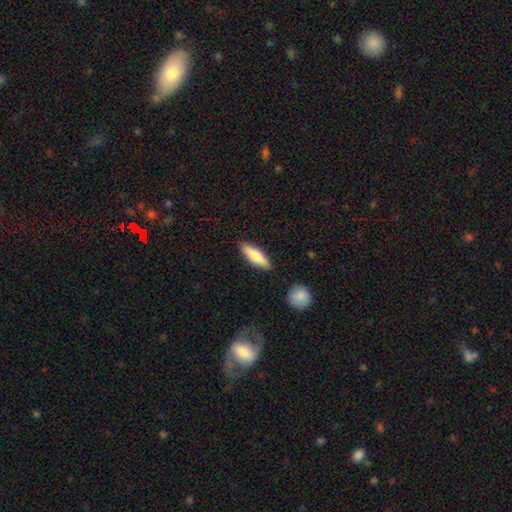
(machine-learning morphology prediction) A smooth galaxy with no disk features (65%) that is cigar-shaped (52%).

Vote fractions:
- Smooth or featured? smooth: 65% / featured or disk: 29% / star or artifact: 6%
- How rounded? cigar-shaped: 52% / in between: 46% / round: 2%
- Merging? none: 85% / minor disturbance: 10% / merger: 2% / major disturbance: 2%